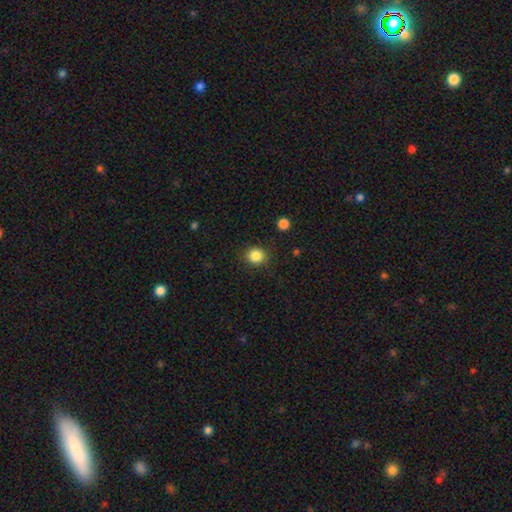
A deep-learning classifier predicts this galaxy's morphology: The model was most divided on "how rounded": round: 84%, in between: 15%, cigar-shaped: 1%. More confident: merging — none (88%); smooth or featured — smooth (85%).